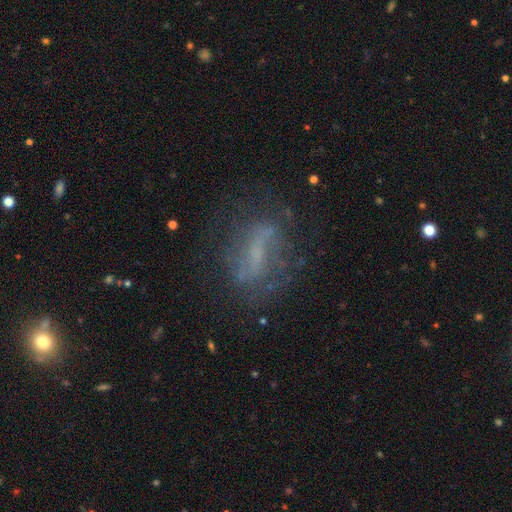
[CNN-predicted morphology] This is possibly a featured or disk galaxy (57%). It is clearly not viewed edge-on (82%). Merging: likely none (70%).